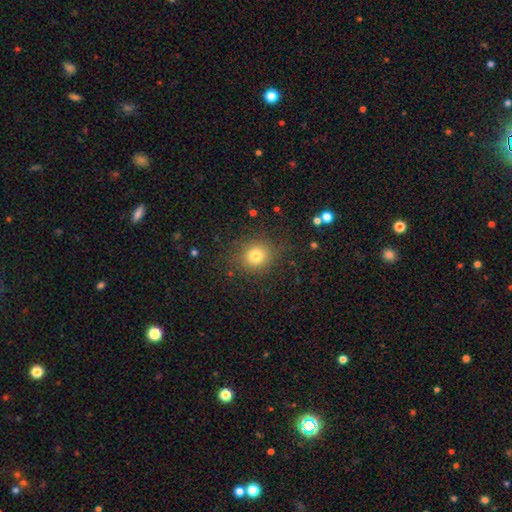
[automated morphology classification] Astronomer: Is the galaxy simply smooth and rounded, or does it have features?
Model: smooth — 77%.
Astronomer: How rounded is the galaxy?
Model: round — 82%.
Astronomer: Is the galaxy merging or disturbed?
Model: none — 84%.